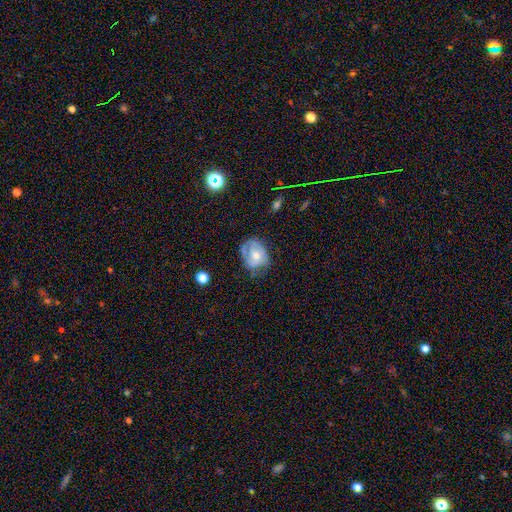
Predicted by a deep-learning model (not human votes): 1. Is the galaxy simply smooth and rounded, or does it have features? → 54% featured or disk, 38% smooth, 7% star or artifact.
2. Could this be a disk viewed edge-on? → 97% no, 3% yes.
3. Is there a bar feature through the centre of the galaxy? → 75% no, 21% weak, 4% strong.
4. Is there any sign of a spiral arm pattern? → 70% yes, 30% no.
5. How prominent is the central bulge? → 50% moderate, 41% small, 5% large, 3% none, 1% dominant.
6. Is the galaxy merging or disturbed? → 51% none, 30% minor disturbance, 17% major disturbance, 2% merger.